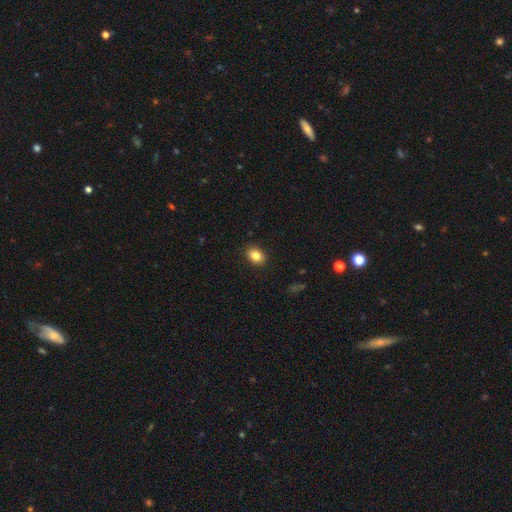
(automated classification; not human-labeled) smooth 84%, star or artifact 10%, featured or disk 7%. Down the decision tree: how rounded — in between (69%); merging — none (89%).